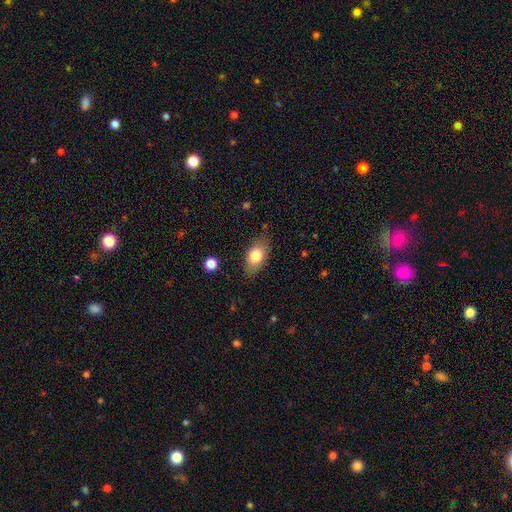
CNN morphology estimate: Q: Smooth or featured?
A: smooth (77%); runner-up: featured or disk (16%)
Q: How rounded?
A: in between (87%); runner-up: round (8%)
Q: Merging?
A: none (78%); runner-up: minor disturbance (16%)